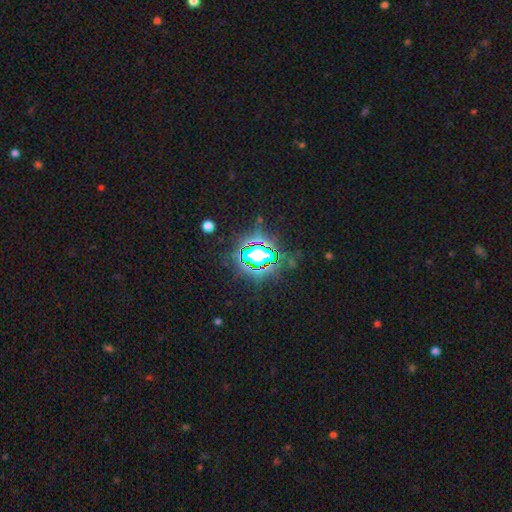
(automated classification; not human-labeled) Smooth or featured? Predicted: star or artifact (p=0.74).